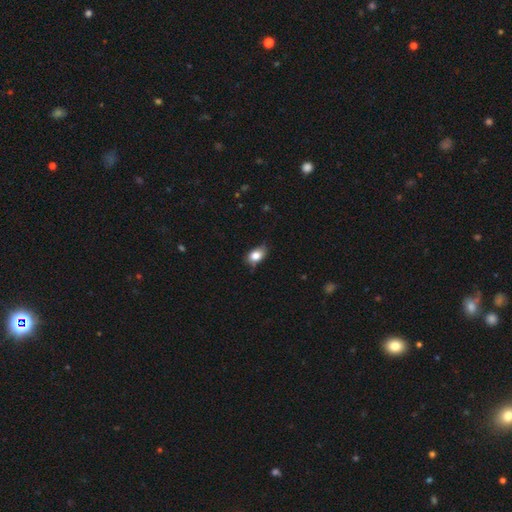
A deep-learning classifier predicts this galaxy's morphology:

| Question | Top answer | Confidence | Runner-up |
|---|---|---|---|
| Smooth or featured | smooth | 80% | featured or disk (11%) |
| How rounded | in between | 82% | round (16%) |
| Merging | none | 63% | minor disturbance (29%) |